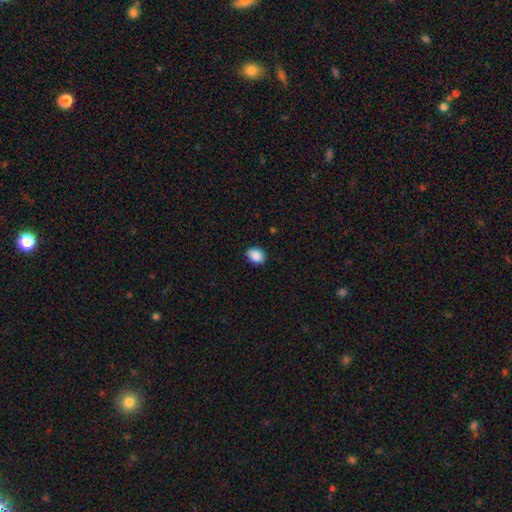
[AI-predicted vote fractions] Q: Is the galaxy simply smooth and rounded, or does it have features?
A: smooth — 89%.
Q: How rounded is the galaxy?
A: in between — 67%.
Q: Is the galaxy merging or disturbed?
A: none — 86%.